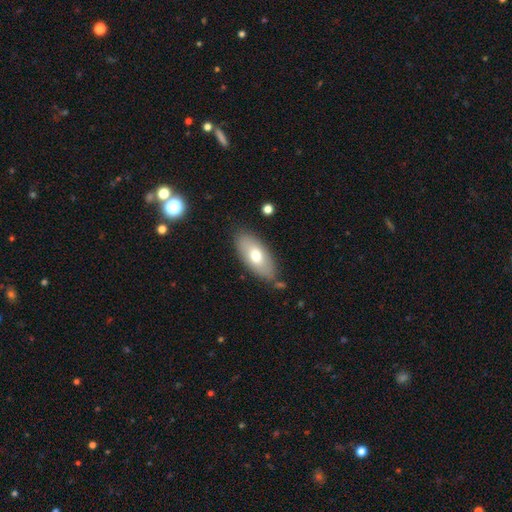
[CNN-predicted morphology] Smooth or featured?
  - smooth: 70% *
  - featured or disk: 24%
  - star or artifact: 6%
How rounded?
  - in between: 88% *
  - cigar-shaped: 9%
  - round: 3%
Merging?
  - none: 79% *
  - minor disturbance: 14%
  - merger: 4%
  - major disturbance: 3%